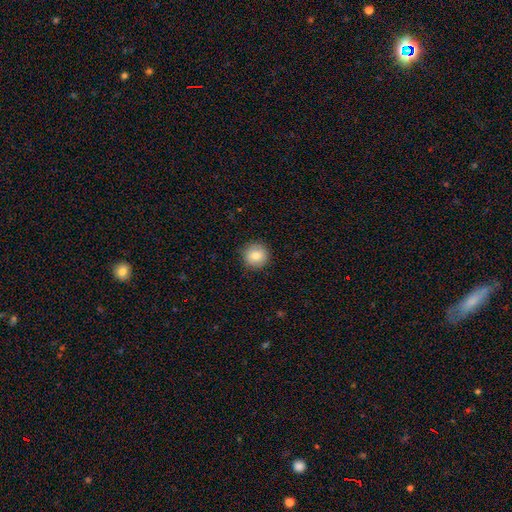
smooth 75%, featured or disk 22%, star or artifact 2%. Down the decision tree: how rounded — round (100%); merging — none (87%).